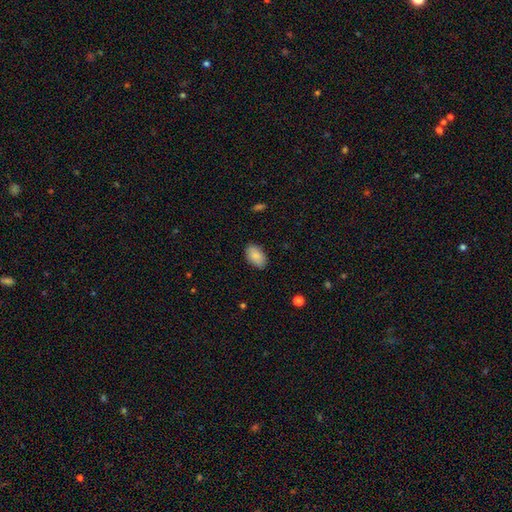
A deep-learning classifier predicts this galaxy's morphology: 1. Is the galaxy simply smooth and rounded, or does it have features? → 88% smooth, 6% star or artifact, 5% featured or disk.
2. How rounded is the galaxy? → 93% in between, 5% round, 1% cigar-shaped.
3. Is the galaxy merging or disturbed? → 87% none, 10% minor disturbance, 2% major disturbance, 1% merger.